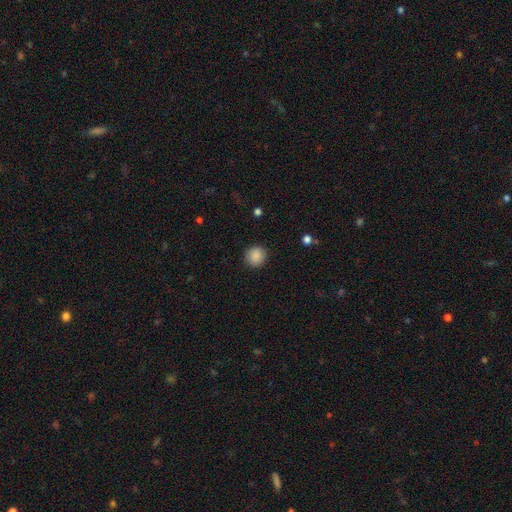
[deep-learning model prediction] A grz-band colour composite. It shows a smooth galaxy with no disk features (88%) that is round (90%). Merging: none (90%).